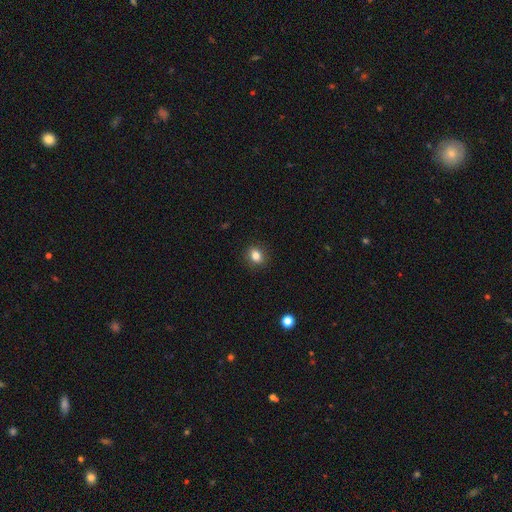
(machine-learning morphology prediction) This is clearly a smooth galaxy (83%). How rounded: possibly round (56%). Merging: clearly none (90%).